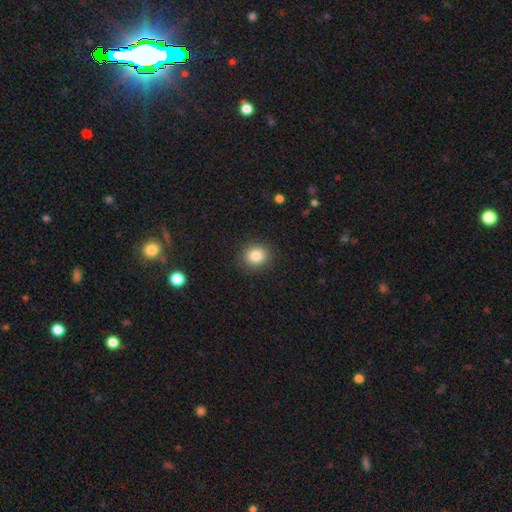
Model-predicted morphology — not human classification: The model was most divided on "how rounded": round: 77%, in between: 23%, cigar-shaped: 1%. More confident: merging — none (89%); smooth or featured — smooth (84%).